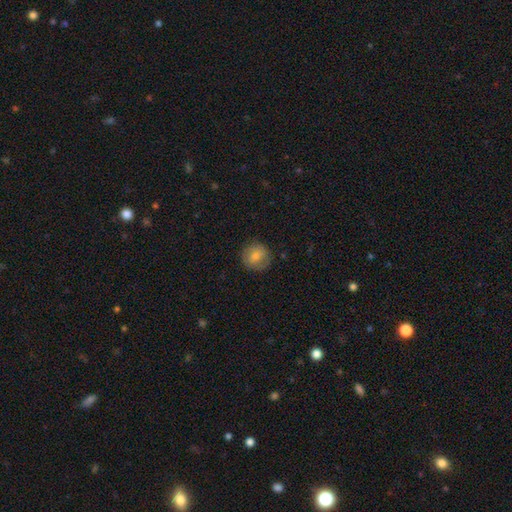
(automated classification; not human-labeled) A smooth galaxy with no disk features (77%) that is round (90%).

Vote fractions:
- Smooth or featured? smooth: 77% / featured or disk: 15% / star or artifact: 8%
- How rounded? round: 90% / in between: 9% / cigar-shaped: 1%
- Merging? none: 82% / minor disturbance: 13% / major disturbance: 4% / merger: 1%